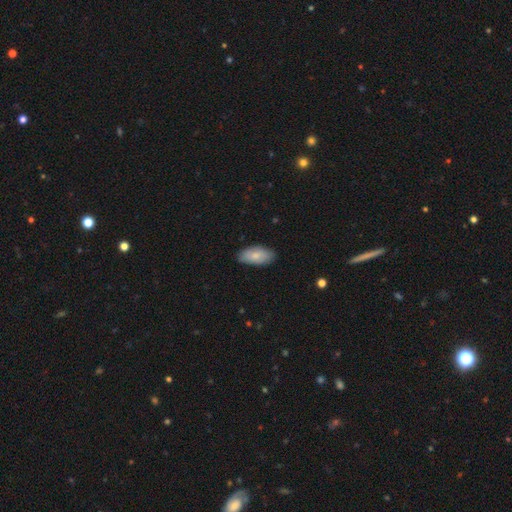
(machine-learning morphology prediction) Smooth or featured: smooth — 80% (featured or disk — 14%)
How rounded: in between — 93% (cigar-shaped — 5%)
Merging: none — 82% (minor disturbance — 15%)